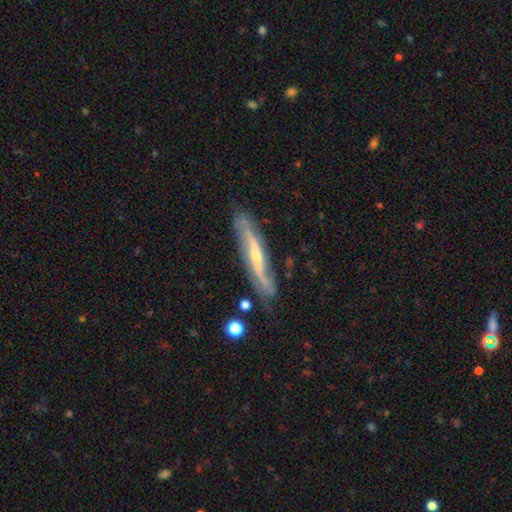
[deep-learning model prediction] Overall: featured or disk (80%). Edge-on disk: no (53%; yes 47%). Merging: none (77%).